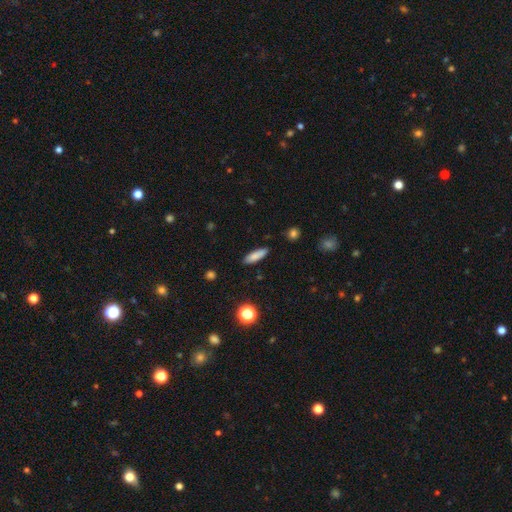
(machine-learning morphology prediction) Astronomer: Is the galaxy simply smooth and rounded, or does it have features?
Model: smooth — 82%.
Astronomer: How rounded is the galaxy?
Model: cigar-shaped — 55% (runner-up: in between, 42%).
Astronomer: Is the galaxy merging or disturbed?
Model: none — 87%.